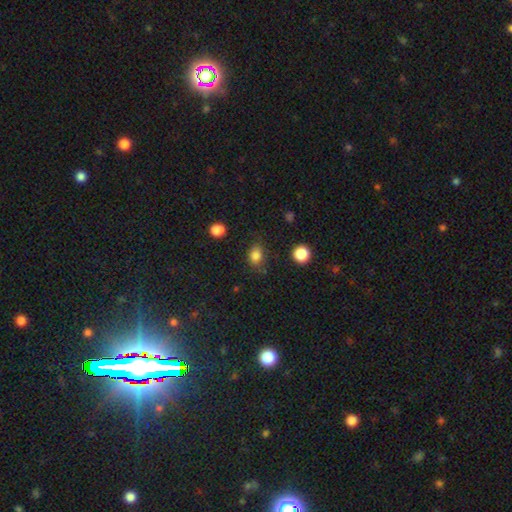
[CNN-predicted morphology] The model was most divided on "how rounded": in between: 63%, round: 36%, cigar-shaped: 2%. More confident: smooth or featured — smooth (82%); merging — none (69%).